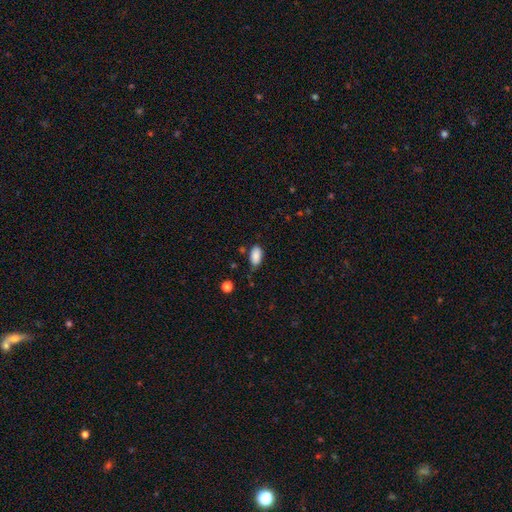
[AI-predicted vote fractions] This is clearly a smooth galaxy (88%). How rounded: clearly in between (93%). Merging: likely none (66%).